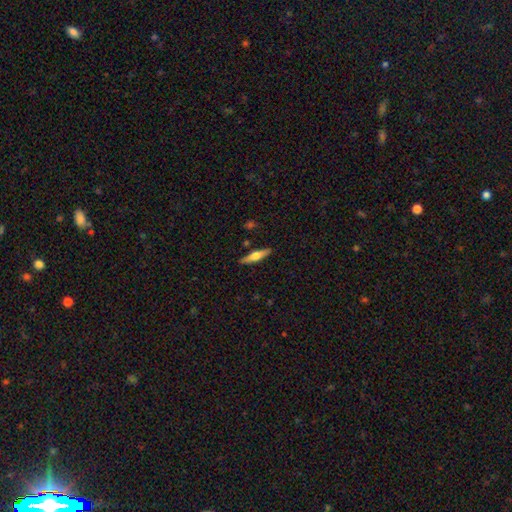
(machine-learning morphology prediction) smooth-or-featured: featured or disk: 51% | smooth: 43% | star or artifact: 6%
  disk-edge-on: yes: 95% | no: 5%
  merging: none: 88% | minor disturbance: 8% | merger: 2% | major disturbance: 2%